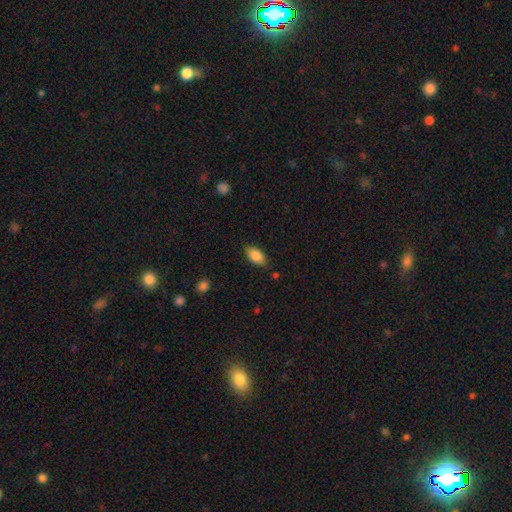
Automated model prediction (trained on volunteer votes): A smooth galaxy with no disk features (85%) that is in between round and cigar-shaped (92%).

Vote fractions:
- Smooth or featured? smooth: 85% / featured or disk: 8% / star or artifact: 7%
- How rounded? in between: 92% / round: 4% / cigar-shaped: 4%
- Merging? none: 82% / minor disturbance: 13% / major disturbance: 3% / merger: 2%